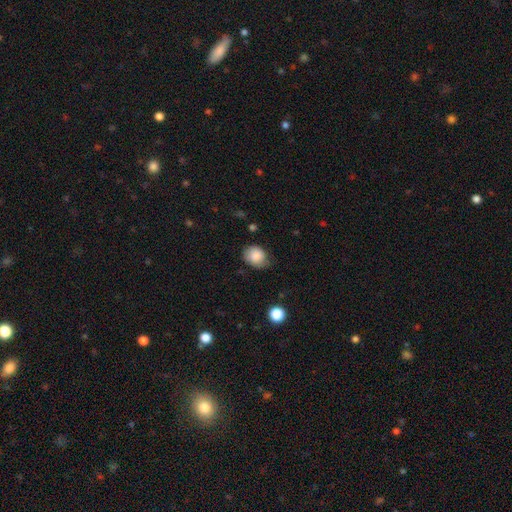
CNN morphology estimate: A smooth galaxy with no disk features (83%) that is round (53%).

Vote fractions:
- Smooth or featured? smooth: 83% / featured or disk: 9% / star or artifact: 8%
- How rounded? round: 53% / in between: 46% / cigar-shaped: 1%
- Merging? none: 61% / minor disturbance: 31% / major disturbance: 7% / merger: 2%